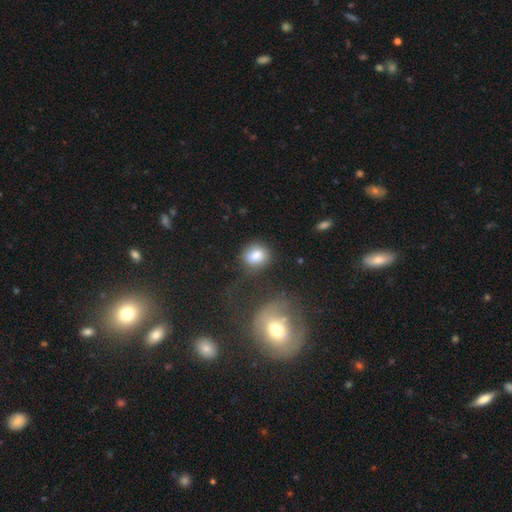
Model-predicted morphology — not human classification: Smooth or featured?
  - smooth: 82% *
  - featured or disk: 9%
  - star or artifact: 9%
How rounded?
  - round: 61% *
  - in between: 38%
  - cigar-shaped: 2%
Merging?
  - none: 62% *
  - minor disturbance: 19%
  - merger: 10%
  - major disturbance: 9%